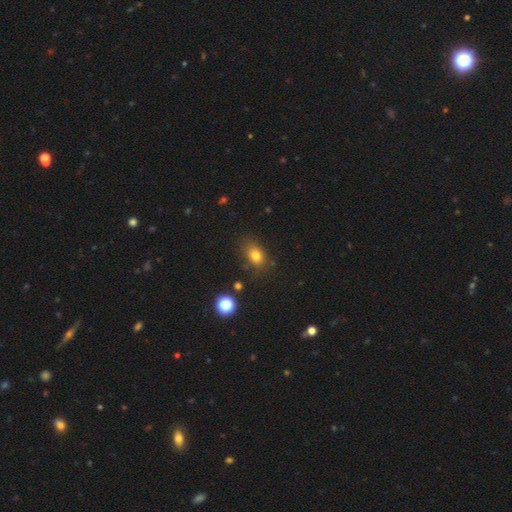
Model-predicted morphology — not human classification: smooth 78%, star or artifact 14%, featured or disk 9%. Down the decision tree: how rounded — in between (71%); merging — none (75%).